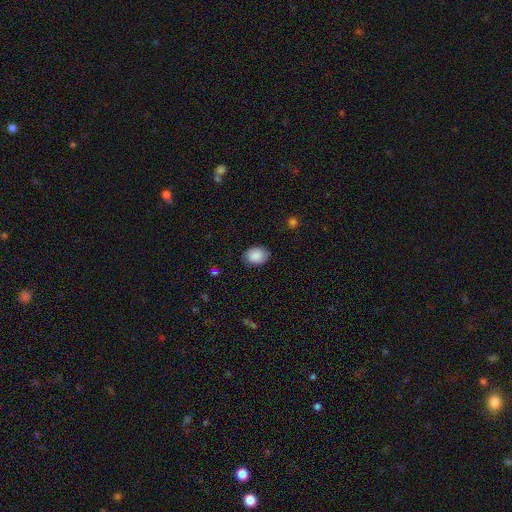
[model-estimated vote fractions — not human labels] A smooth galaxy with no disk features (88%) that is in between round and cigar-shaped (66%). Merging: none (82%).